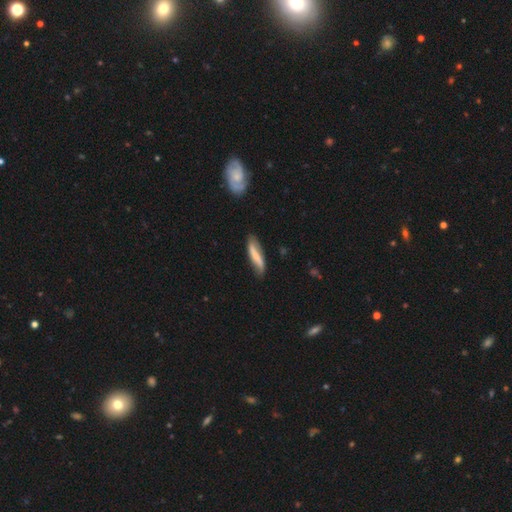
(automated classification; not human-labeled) Morphology: type=smooth (53%); roundness=cigar-shaped (73%); merging=none (72%).